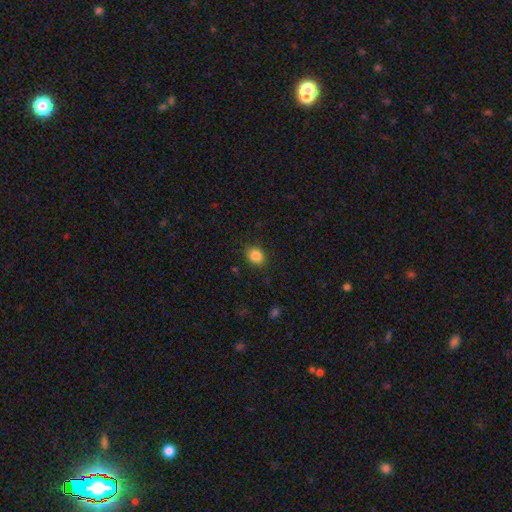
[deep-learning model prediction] A smooth galaxy with no disk features (86%) that is round (57%). Merging: none (88%).